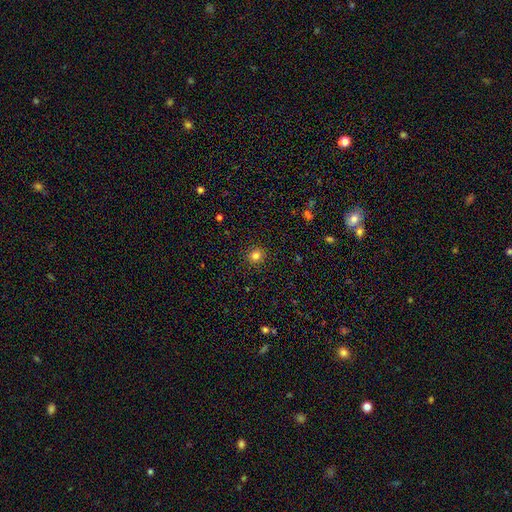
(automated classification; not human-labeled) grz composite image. It shows a smooth galaxy with no disk features (80%) that is round (89%). Merging: none (91%).